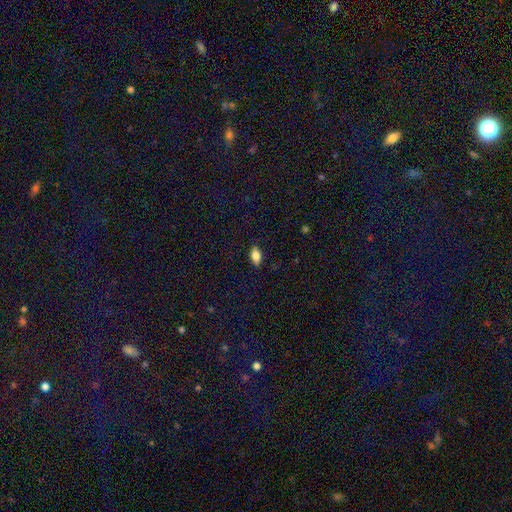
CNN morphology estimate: Q: Smooth or featured?
A: smooth (80%); runner-up: featured or disk (12%)
Q: How rounded?
A: in between (88%); runner-up: cigar-shaped (6%)
Q: Merging?
A: none (86%); runner-up: minor disturbance (11%)